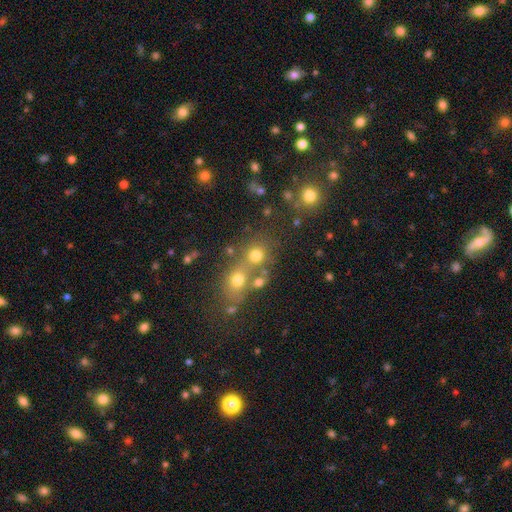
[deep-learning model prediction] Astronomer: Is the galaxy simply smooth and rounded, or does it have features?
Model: smooth — 66%.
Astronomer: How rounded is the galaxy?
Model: round — 78%.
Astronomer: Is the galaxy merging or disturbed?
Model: none — 53% (runner-up: merger, 34%).